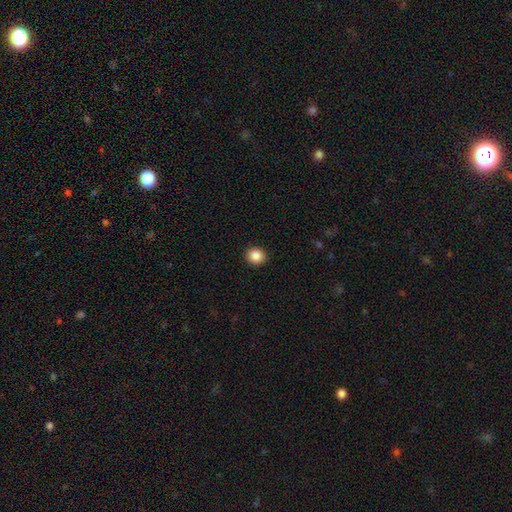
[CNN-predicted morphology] Q: Smooth or featured?
A: smooth (88%); runner-up: star or artifact (9%)
Q: How rounded?
A: round (81%); runner-up: in between (18%)
Q: Merging?
A: none (92%); runner-up: minor disturbance (6%)